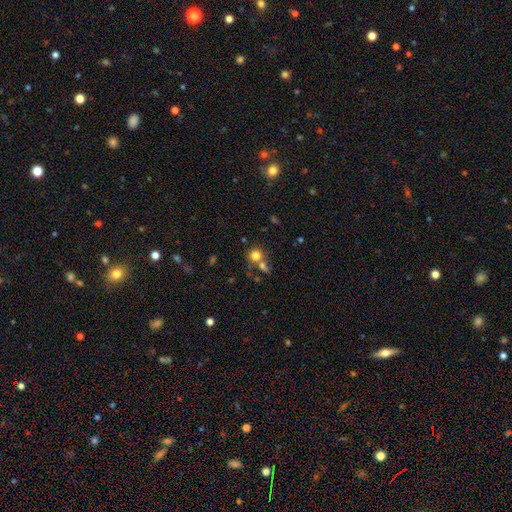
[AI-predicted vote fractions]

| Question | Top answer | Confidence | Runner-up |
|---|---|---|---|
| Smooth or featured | smooth | 76% | star or artifact (13%) |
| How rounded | round | 87% | in between (12%) |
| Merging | none | 51% | merger (35%) |